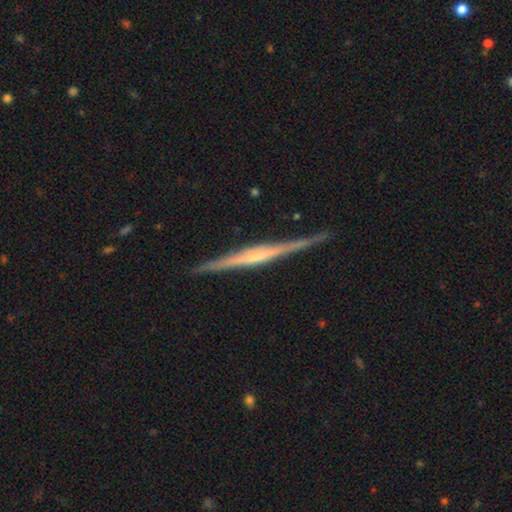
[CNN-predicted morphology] Smooth or featured: featured or disk — 82% (smooth — 12%)
Edge-on disk: yes — 98% (no — 2%)
Edge-on bulge: rounded — 59% (none — 24%)
Merging: none — 89% (minor disturbance — 8%)